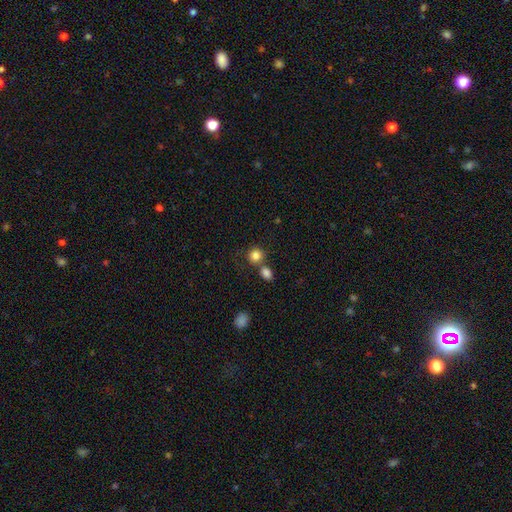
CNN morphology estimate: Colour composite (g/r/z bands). It shows a smooth galaxy with no disk features (83%) that is round (85%). Merging: none (60%).